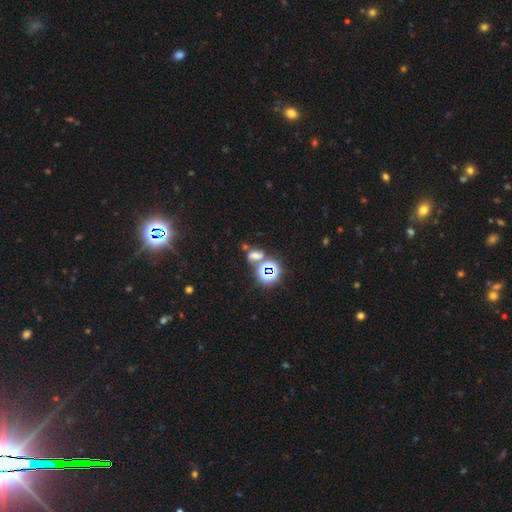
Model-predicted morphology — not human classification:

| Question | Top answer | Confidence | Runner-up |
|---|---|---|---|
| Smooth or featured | star or artifact | 46% | smooth (39%) |